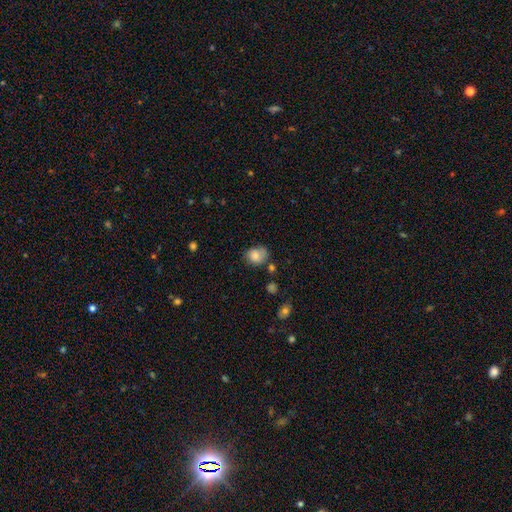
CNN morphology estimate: The model was most divided on "how rounded": round: 53%, in between: 46%, cigar-shaped: 1%. More confident: smooth or featured — smooth (79%); merging — none (60%).